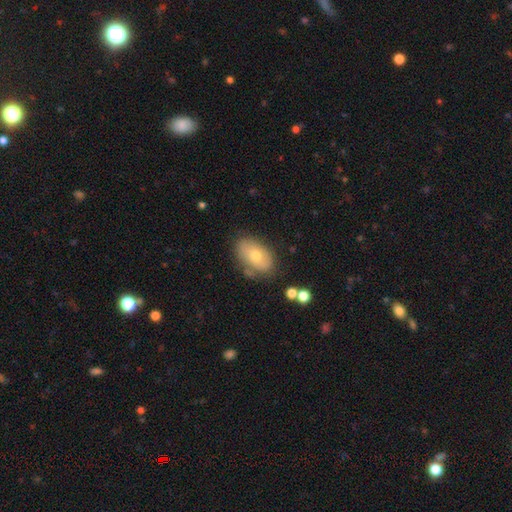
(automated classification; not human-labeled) Smooth or featured? Predicted: smooth (p=0.65). How rounded? Predicted: in between (p=0.90). Merging? Predicted: none (p=0.72).